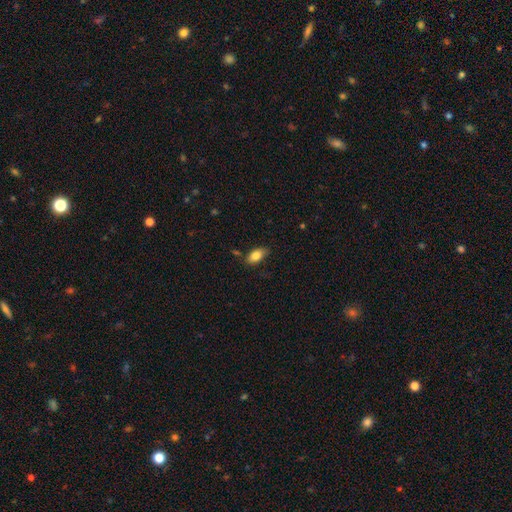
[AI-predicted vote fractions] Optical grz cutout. It shows a smooth galaxy with no disk features (82%) that is in between round and cigar-shaped (90%). Merging: none (79%).